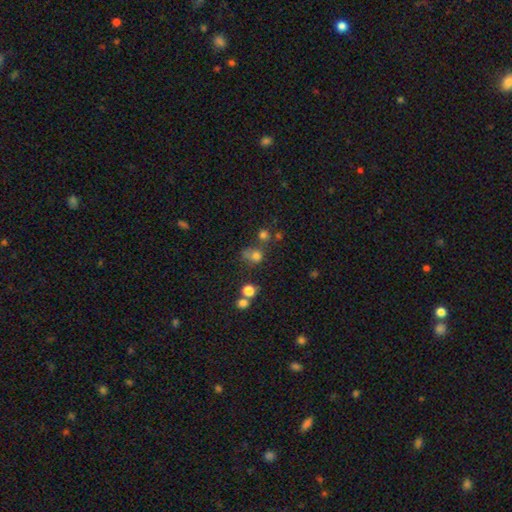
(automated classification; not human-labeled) smooth 71%, star or artifact 19%, featured or disk 10%. Down the decision tree: how rounded — round (78%); merging — none (51%).